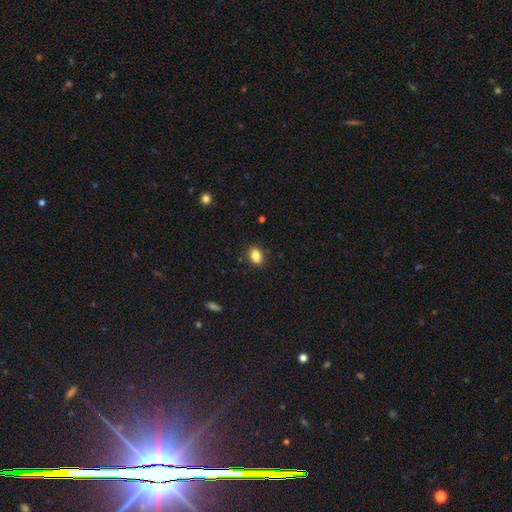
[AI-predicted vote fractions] This appears to be a smooth galaxy with no disk features (84%) that is in between round and cigar-shaped (70%). Merging: none (88%).